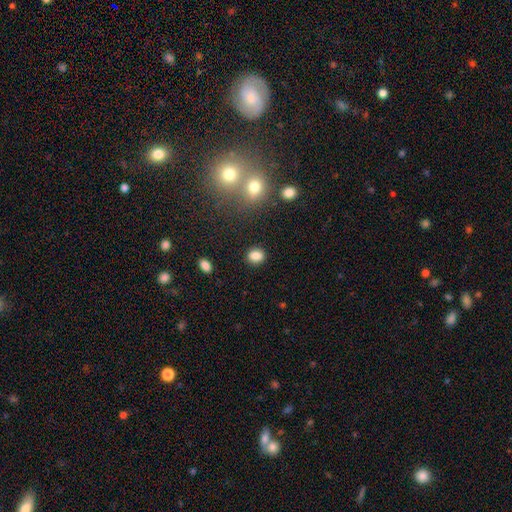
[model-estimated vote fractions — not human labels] This appears to be a smooth galaxy with no disk features (86%) that is in between round and cigar-shaped (50%). Merging: none (85%).